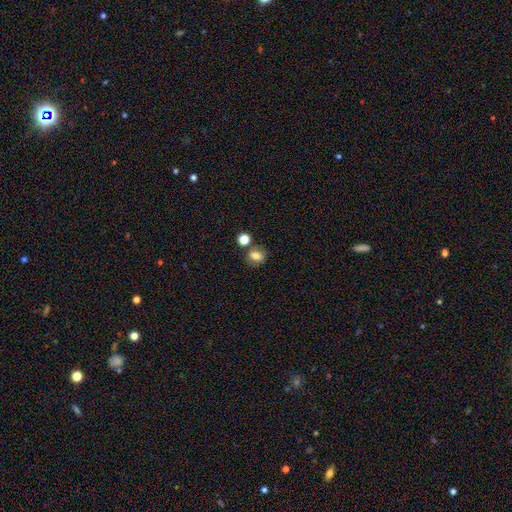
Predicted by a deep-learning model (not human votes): This appears to be a smooth galaxy with no disk features (77%) that is in between round and cigar-shaped (52%). Merging: none (64%).